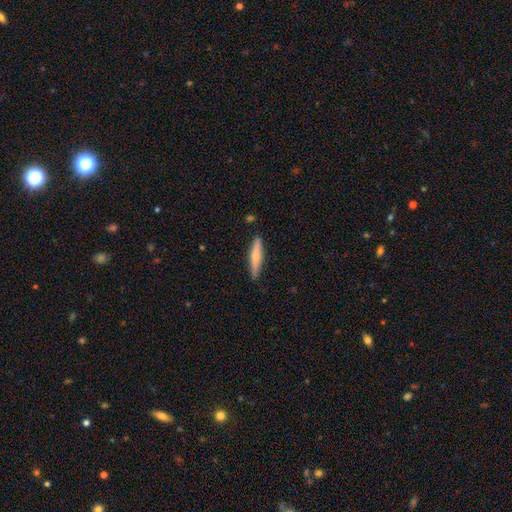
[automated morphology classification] Smooth or featured?
  - smooth: 62% *
  - featured or disk: 32%
  - star or artifact: 6%
How rounded?
  - cigar-shaped: 88% *
  - in between: 11%
  - round: 2%
Merging?
  - none: 86% *
  - minor disturbance: 10%
  - major disturbance: 2%
  - merger: 2%